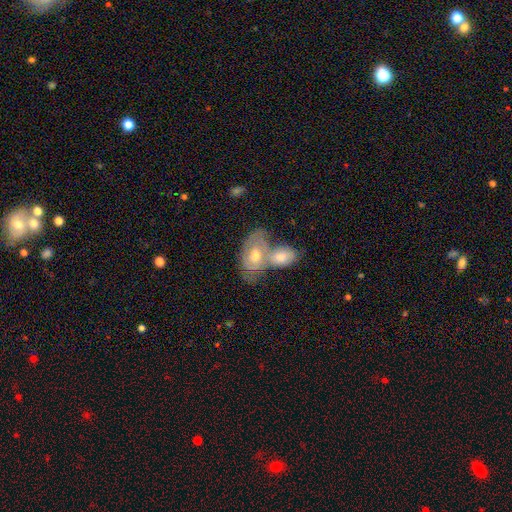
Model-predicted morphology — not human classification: Smooth or featured? featured or disk (55%)
Edge-on disk? no (92%)
Bar? no (74%)
Spiral arms? yes (59%)
Bulge size? moderate (71%)
Merging? merger (61%)